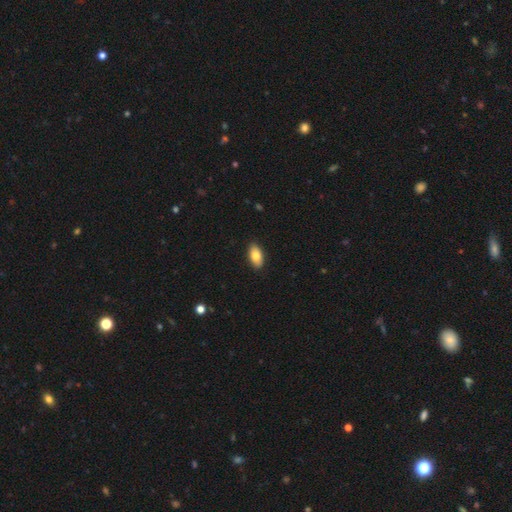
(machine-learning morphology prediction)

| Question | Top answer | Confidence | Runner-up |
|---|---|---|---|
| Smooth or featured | smooth | 80% | featured or disk (13%) |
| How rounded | in between | 93% | round (4%) |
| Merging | none | 90% | minor disturbance (8%) |